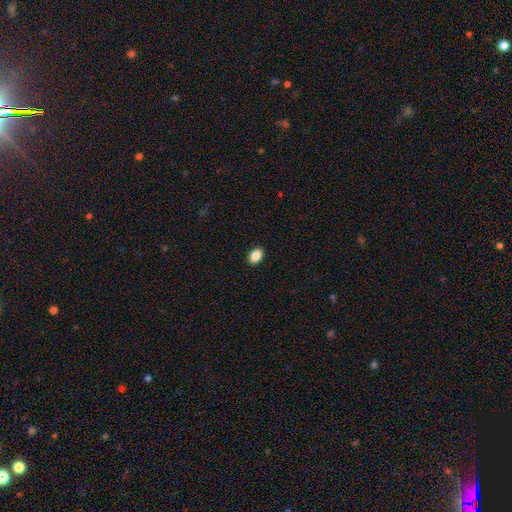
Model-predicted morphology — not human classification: Smooth or featured? smooth (88%)
How rounded? in between (81%)
Merging? none (91%)